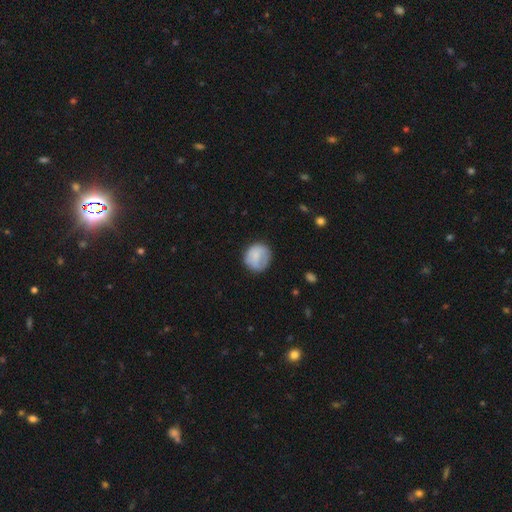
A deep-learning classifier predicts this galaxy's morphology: The model was most divided on "merging": none: 70%, minor disturbance: 21%, major disturbance: 8%, merger: 1%. More confident: how rounded — round (87%); smooth or featured — smooth (79%).